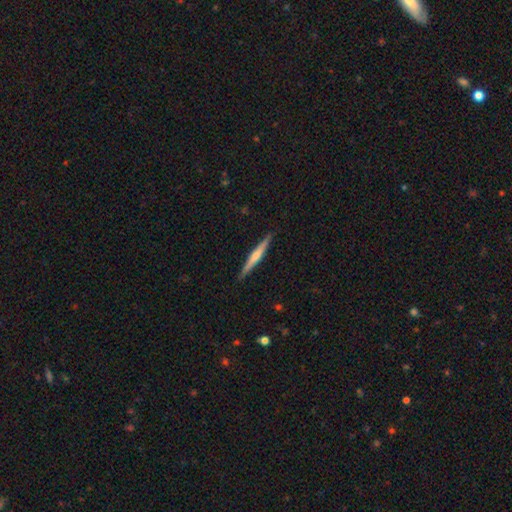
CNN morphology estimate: featured or disk 56%, smooth 38%, star or artifact 5%. Down the decision tree: edge-on disk — yes (98%); edge-on bulge — rounded (62%); merging — none (91%).